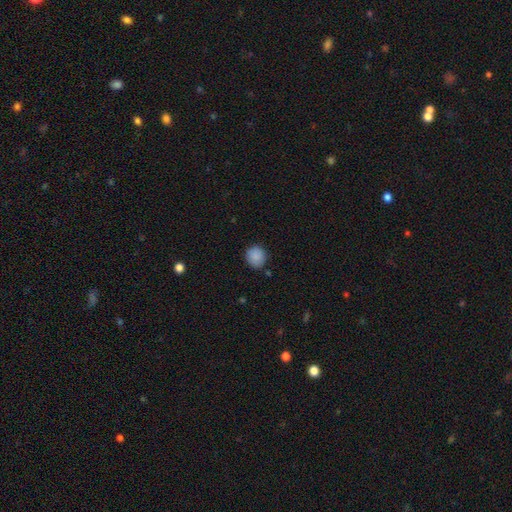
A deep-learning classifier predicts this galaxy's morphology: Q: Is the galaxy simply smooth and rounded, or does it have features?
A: smooth — 88%.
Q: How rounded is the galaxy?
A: round — 82%.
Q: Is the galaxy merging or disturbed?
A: none — 84%.